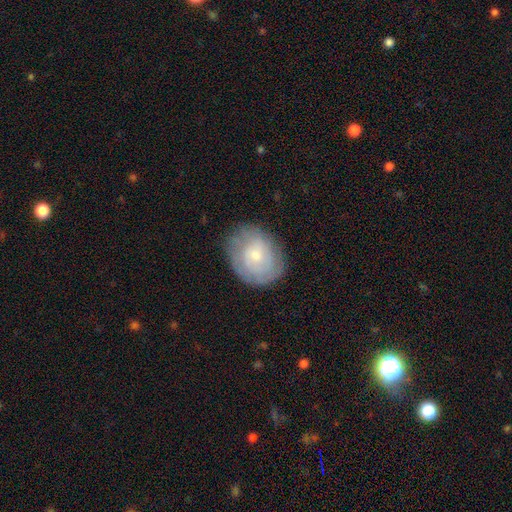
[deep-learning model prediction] The model was most divided on "smooth or featured": featured or disk: 52%, smooth: 41%, star or artifact: 7%. More confident: edge-on disk — no (96%); merging — none (75%).